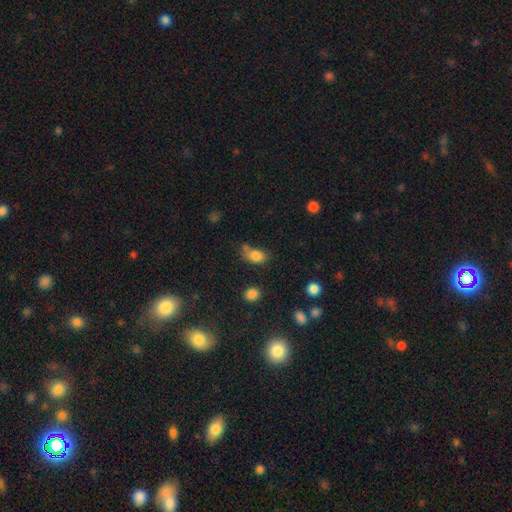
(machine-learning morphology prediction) smooth_or_featured: smooth (p=0.82) [alt: star or artifact p=0.10]
how_rounded: in between (p=0.83) [alt: round p=0.14]
merging: none (p=0.51) [alt: minor disturbance p=0.24]